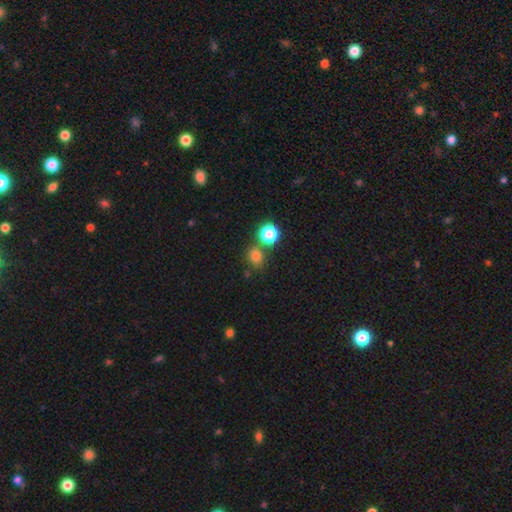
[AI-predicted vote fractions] smooth 74%, star or artifact 20%, featured or disk 6%. Down the decision tree: how rounded — round (77%); merging — none (68%).